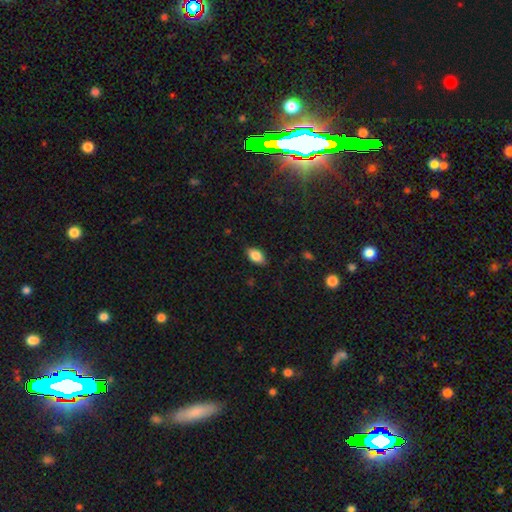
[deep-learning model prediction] A smooth galaxy with no disk features (83%) that is in between round and cigar-shaped (91%).

Vote fractions:
- Smooth or featured? smooth: 83% / featured or disk: 9% / star or artifact: 7%
- How rounded? in between: 91% / round: 6% / cigar-shaped: 4%
- Merging? none: 84% / minor disturbance: 12% / major disturbance: 3% / merger: 1%